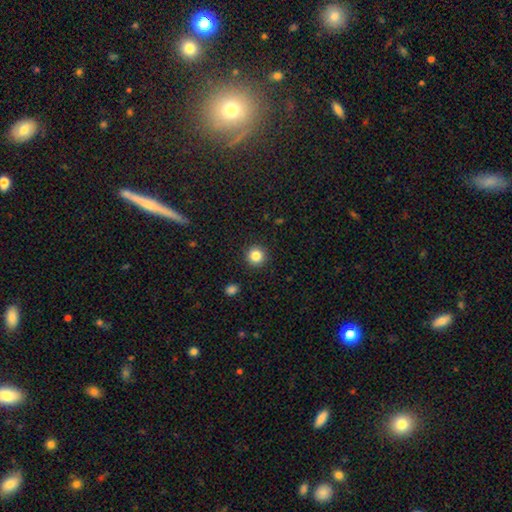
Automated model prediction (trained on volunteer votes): Q: Smooth or featured?
A: smooth (84%); runner-up: star or artifact (11%)
Q: How rounded?
A: round (95%); runner-up: in between (4%)
Q: Merging?
A: none (92%); runner-up: minor disturbance (5%)